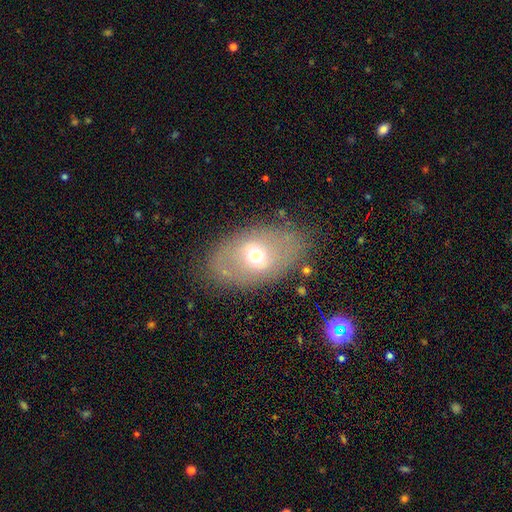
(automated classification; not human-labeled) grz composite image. It shows a smooth galaxy with no disk features (48%). Merging: none (79%).